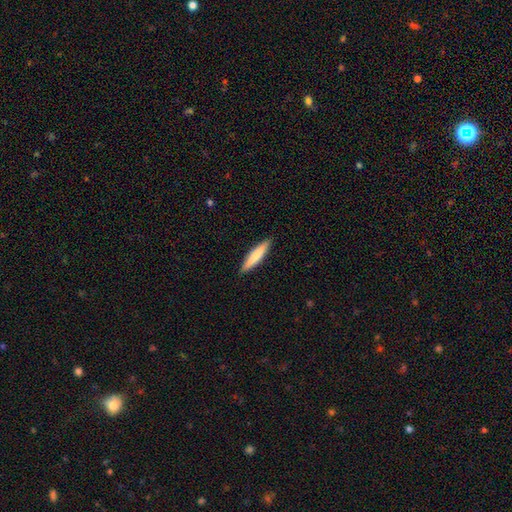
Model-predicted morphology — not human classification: Smooth or featured? Predicted: smooth (p=0.77). How rounded? Predicted: cigar-shaped (p=0.88). Merging? Predicted: none (p=0.91).